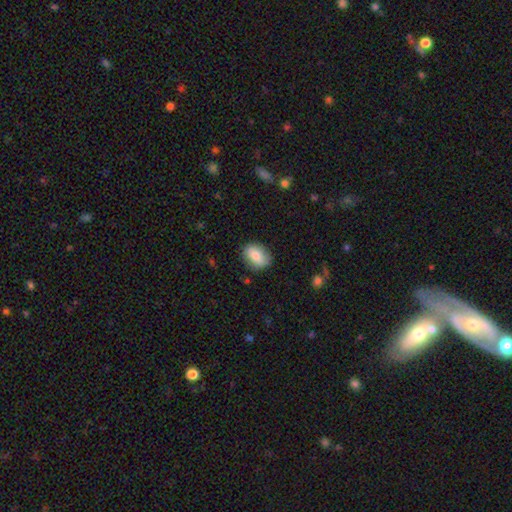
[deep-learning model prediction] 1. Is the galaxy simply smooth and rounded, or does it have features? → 77% smooth, 16% featured or disk, 7% star or artifact.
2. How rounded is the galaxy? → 72% in between, 26% round, 2% cigar-shaped.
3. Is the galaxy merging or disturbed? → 80% none, 15% minor disturbance, 3% major disturbance, 1% merger.